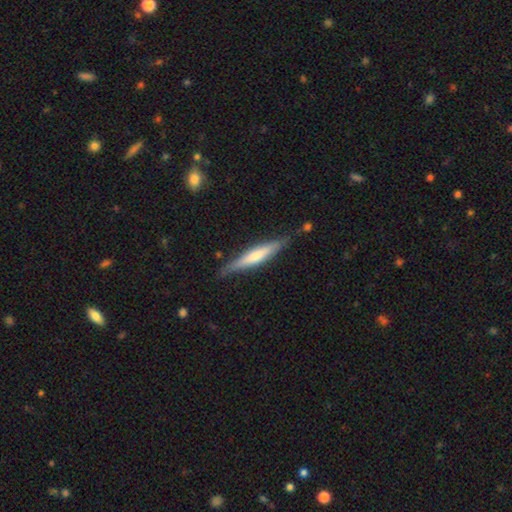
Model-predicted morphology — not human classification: A featured or disk galaxy (61%) viewed edge-on (96%) with a rounded central bulge (65%).

Vote fractions:
- Smooth or featured? featured or disk: 61% / smooth: 33% / star or artifact: 6%
- Edge-on disk? yes: 96% / no: 4%
- Edge-on bulge? rounded: 65% / none: 19% / boxy: 16%
- Merging? none: 87% / minor disturbance: 10% / major disturbance: 2% / merger: 2%